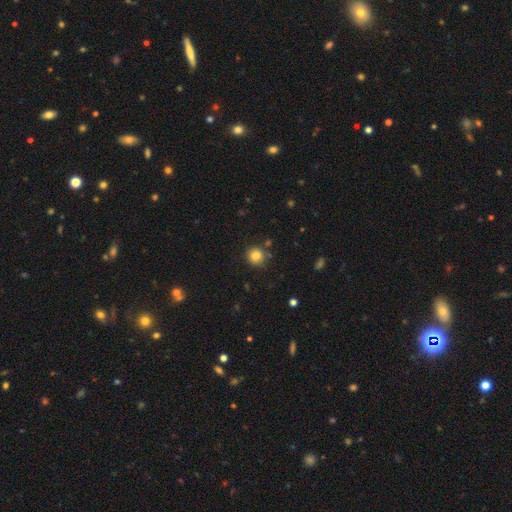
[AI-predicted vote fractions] Smooth or featured?
  - smooth: 82% *
  - star or artifact: 11%
  - featured or disk: 6%
How rounded?
  - round: 90% *
  - in between: 9%
  - cigar-shaped: 1%
Merging?
  - none: 82% *
  - minor disturbance: 10%
  - merger: 4%
  - major disturbance: 3%